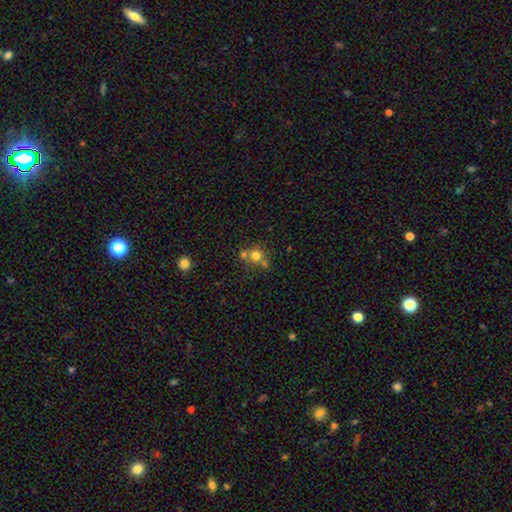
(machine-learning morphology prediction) Smooth or featured? smooth (73%)
How rounded? round (88%)
Merging? none (53%)